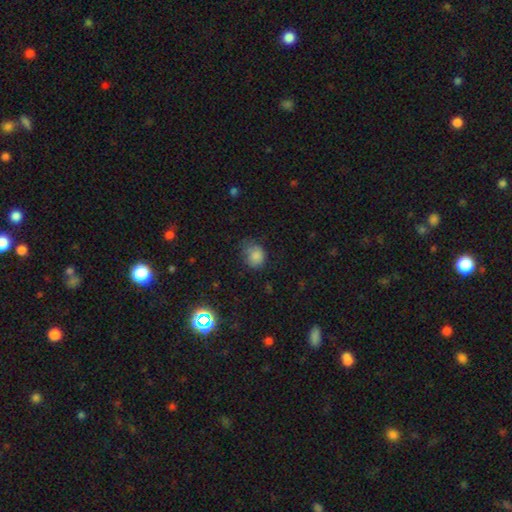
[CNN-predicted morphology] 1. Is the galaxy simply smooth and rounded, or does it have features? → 81% smooth, 12% star or artifact, 7% featured or disk.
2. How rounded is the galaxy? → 62% round, 37% in between, 1% cigar-shaped.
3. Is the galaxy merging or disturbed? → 52% none, 33% minor disturbance, 14% major disturbance, 2% merger.